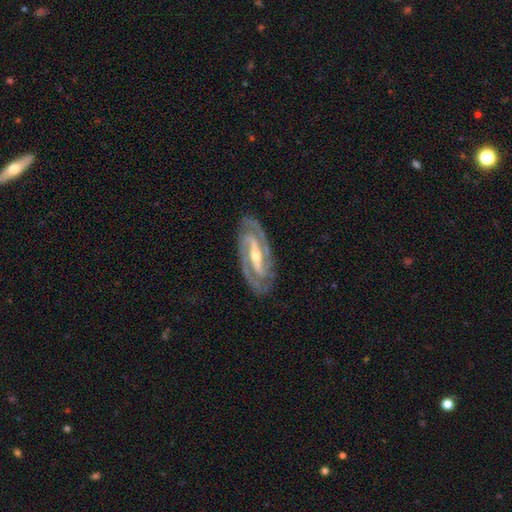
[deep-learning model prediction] Morphology: type=featured or disk (92%); edge-on=no (94%); bar=strong (65%); spiral arms=yes (98%); winding=tight (52%); arm count=2 (88%); bulge=moderate (52%); merging=none (86%).